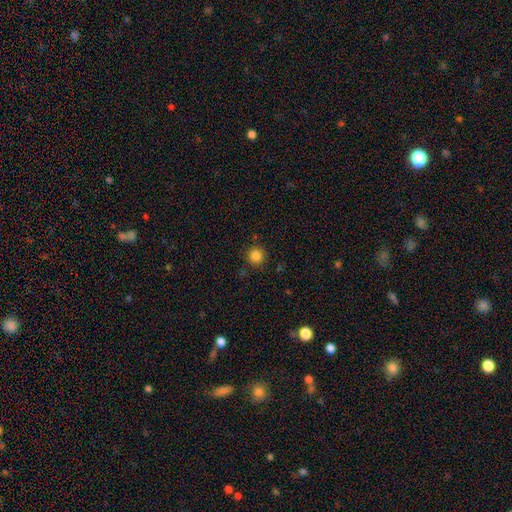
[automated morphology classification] smooth-or-featured: smooth: 84% | star or artifact: 12% | featured or disk: 4%
  how-rounded: round: 94% | in between: 5% | cigar-shaped: 1%
  merging: none: 88% | minor disturbance: 8% | major disturbance: 2% | merger: 2%